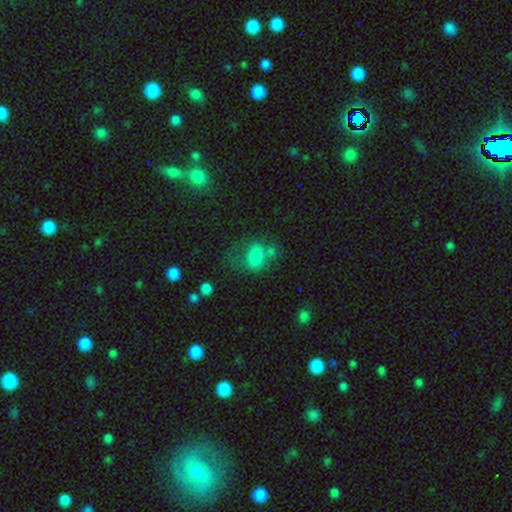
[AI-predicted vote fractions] Smooth or featured? smooth (70%)
How rounded? in between (60%)
Merging? none (34%)